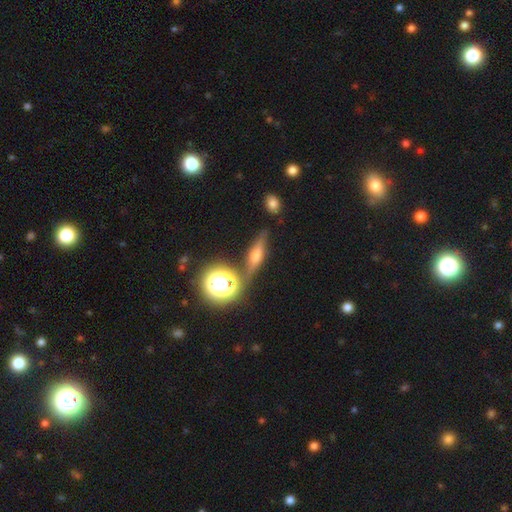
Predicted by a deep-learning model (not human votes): The model was most divided on "smooth or featured": featured or disk: 50%, smooth: 33%, star or artifact: 17%. More confident: edge-on disk — yes (84%); merging — none (75%).